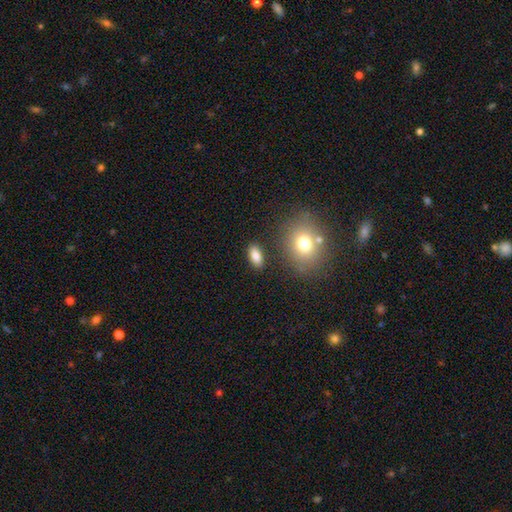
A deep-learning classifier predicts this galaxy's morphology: This is clearly a smooth galaxy (85%). How rounded: clearly in between (87%). Merging: clearly none (85%).